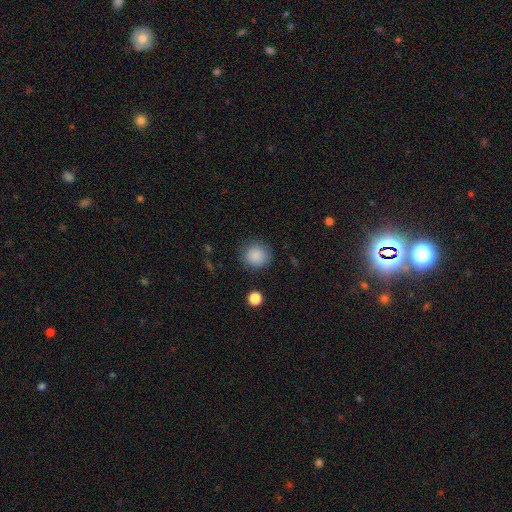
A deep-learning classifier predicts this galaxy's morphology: type=smooth (87%); roundness=round (90%); merging=none (86%).